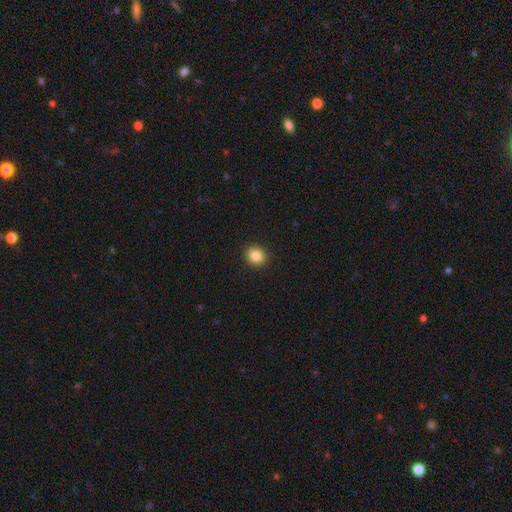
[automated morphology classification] Smooth or featured?
  - smooth: 85% *
  - star or artifact: 10%
  - featured or disk: 5%
How rounded?
  - round: 73% *
  - in between: 26%
  - cigar-shaped: 1%
Merging?
  - none: 91% *
  - minor disturbance: 6%
  - major disturbance: 2%
  - merger: 1%